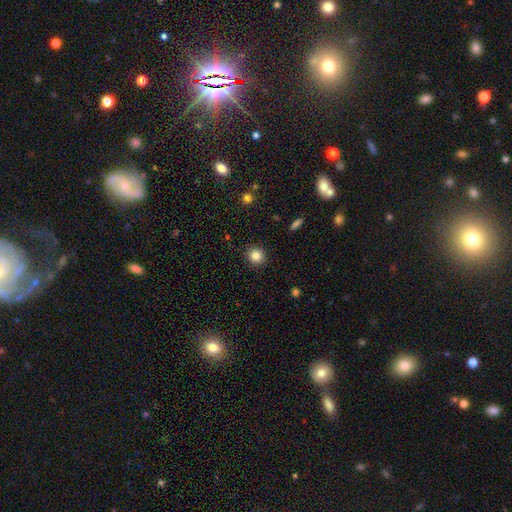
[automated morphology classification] A smooth galaxy with no disk features (84%) that is round (88%). Merging: none (91%).